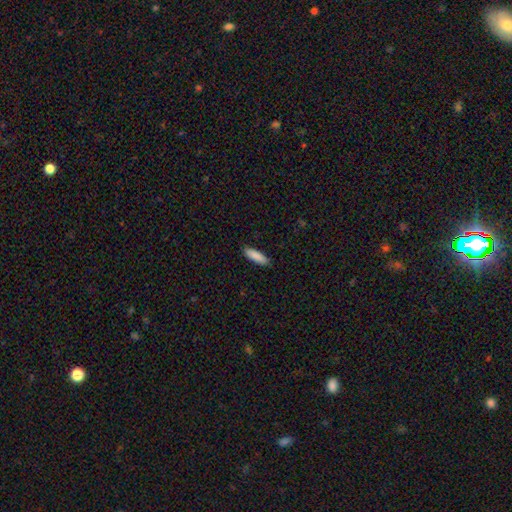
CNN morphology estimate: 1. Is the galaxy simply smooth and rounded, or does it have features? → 89% smooth, 6% star or artifact, 5% featured or disk.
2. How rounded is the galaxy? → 60% cigar-shaped, 39% in between, 1% round.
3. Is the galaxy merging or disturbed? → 88% none, 9% minor disturbance, 2% major disturbance, 1% merger.